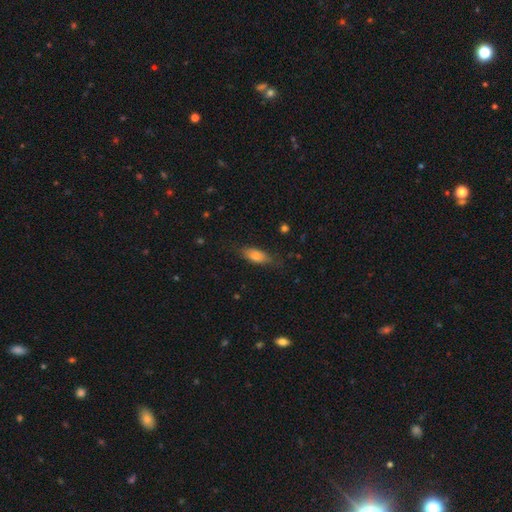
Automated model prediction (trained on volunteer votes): Q: Smooth or featured?
A: smooth (74%); runner-up: featured or disk (18%)
Q: How rounded?
A: in between (69%); runner-up: cigar-shaped (28%)
Q: Merging?
A: none (75%); runner-up: minor disturbance (19%)